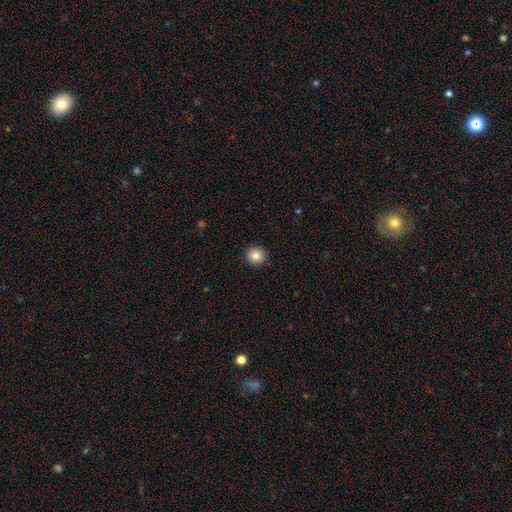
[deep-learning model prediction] A smooth galaxy with no disk features (85%) that is round (93%).

Vote fractions:
- Smooth or featured? smooth: 85% / star or artifact: 10% / featured or disk: 6%
- How rounded? round: 93% / in between: 6% / cigar-shaped: 1%
- Merging? none: 92% / minor disturbance: 5% / major disturbance: 2% / merger: 1%